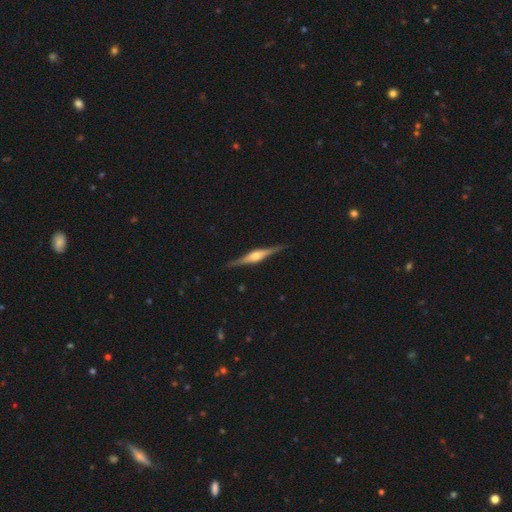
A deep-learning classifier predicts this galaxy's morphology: This is clearly a featured or disk galaxy (83%). It is clearly viewed edge-on (98%). Edge-on bulge: clearly rounded (85%). Merging: clearly none (90%).